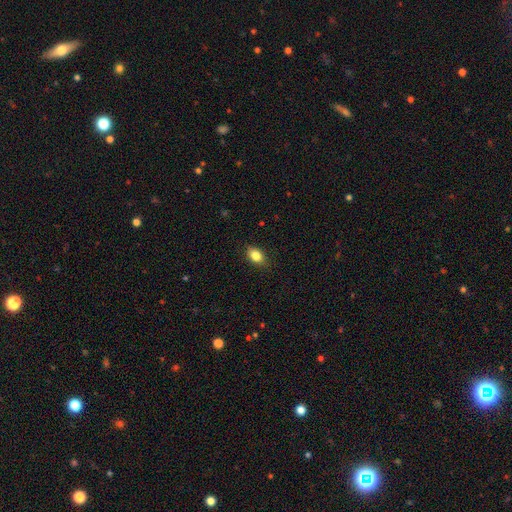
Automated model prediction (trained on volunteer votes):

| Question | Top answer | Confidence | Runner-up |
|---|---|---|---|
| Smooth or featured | smooth | 83% | star or artifact (9%) |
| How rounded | in between | 82% | round (15%) |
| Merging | none | 86% | minor disturbance (11%) |